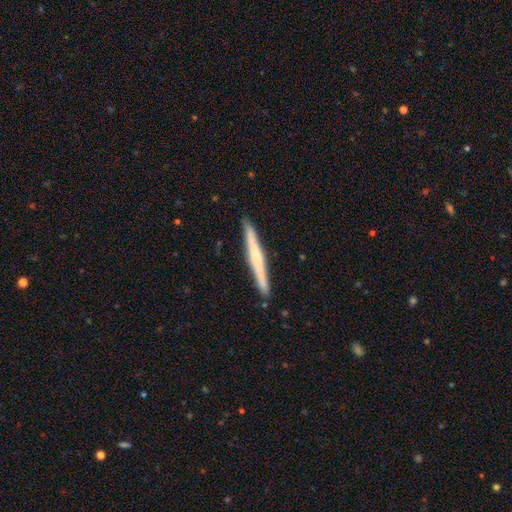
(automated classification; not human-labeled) A featured or disk galaxy (51%) viewed edge-on (98%). Merging: none (92%).